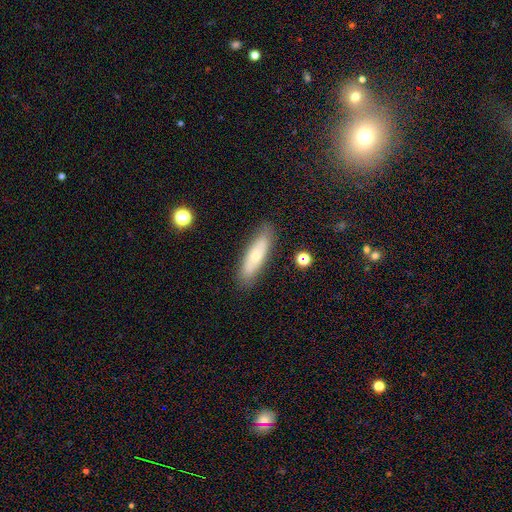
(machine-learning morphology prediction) Smooth or featured? smooth (54%)
How rounded? cigar-shaped (62%)
Merging? none (85%)